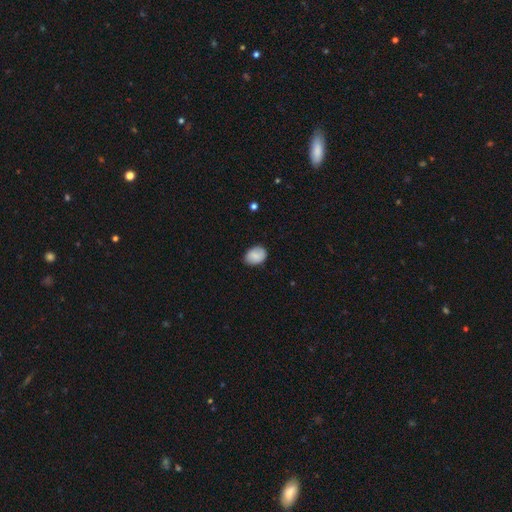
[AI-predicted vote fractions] Q: Smooth or featured?
A: smooth (84%); runner-up: featured or disk (9%)
Q: How rounded?
A: in between (69%); runner-up: round (30%)
Q: Merging?
A: none (80%); runner-up: minor disturbance (16%)